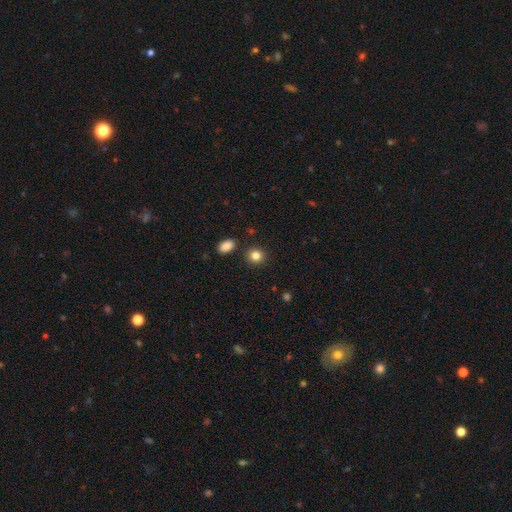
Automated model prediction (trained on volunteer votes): smooth 84%, star or artifact 11%, featured or disk 5%. Down the decision tree: how rounded — round (83%); merging — none (88%).